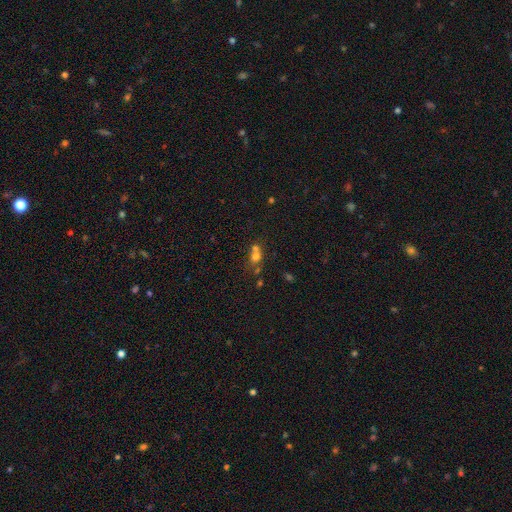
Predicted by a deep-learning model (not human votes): Smooth or featured? Predicted: smooth (p=0.67). How rounded? Predicted: round (p=0.67). Merging? Predicted: merger (p=0.53).